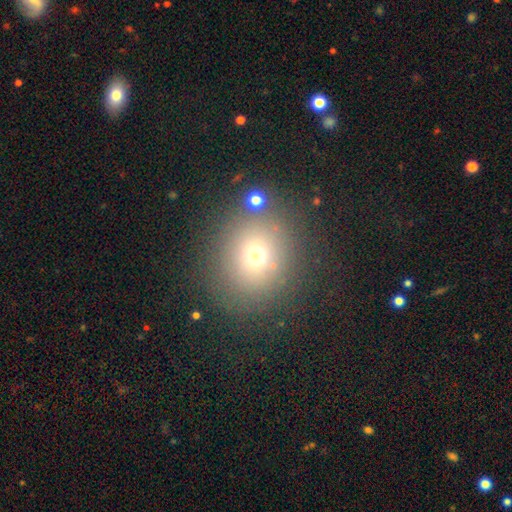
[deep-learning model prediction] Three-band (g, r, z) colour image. It shows a smooth galaxy with no disk features (68%) that is round (81%). Merging: none (80%).